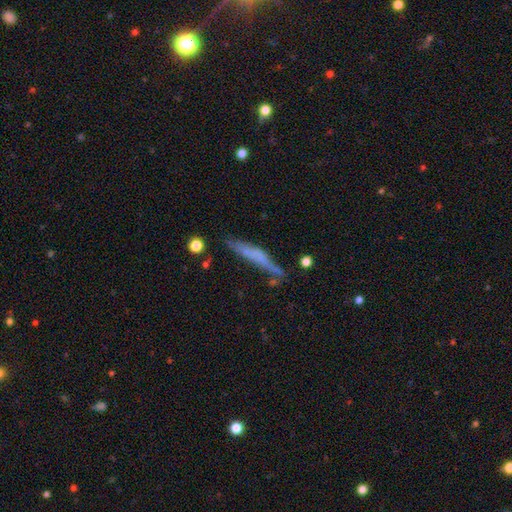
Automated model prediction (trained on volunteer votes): The model was most divided on "smooth or featured": smooth: 48%, featured or disk: 42%, star or artifact: 9%. More confident: merging — none (60%).